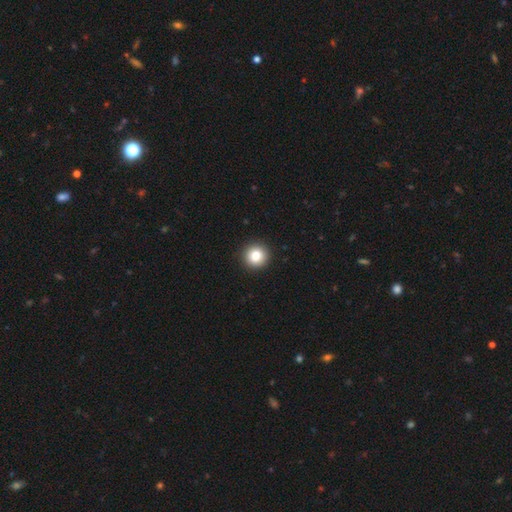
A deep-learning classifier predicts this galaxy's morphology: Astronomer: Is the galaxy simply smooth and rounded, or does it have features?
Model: smooth — 84%.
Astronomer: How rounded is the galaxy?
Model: round — 95%.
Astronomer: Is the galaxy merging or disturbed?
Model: none — 93%.